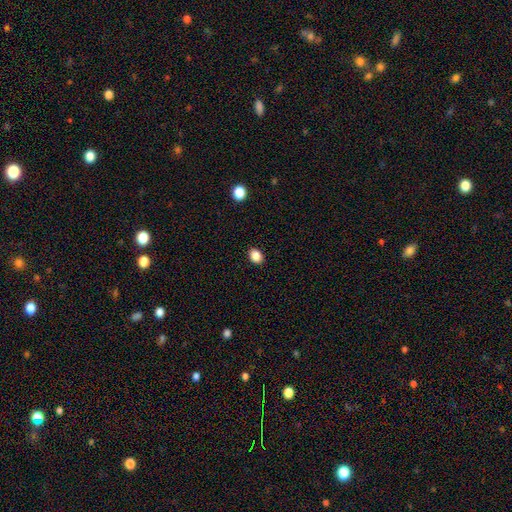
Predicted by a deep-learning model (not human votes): Overall: smooth (87%). How rounded: in between (58%; round 41%). Merging: none (90%).